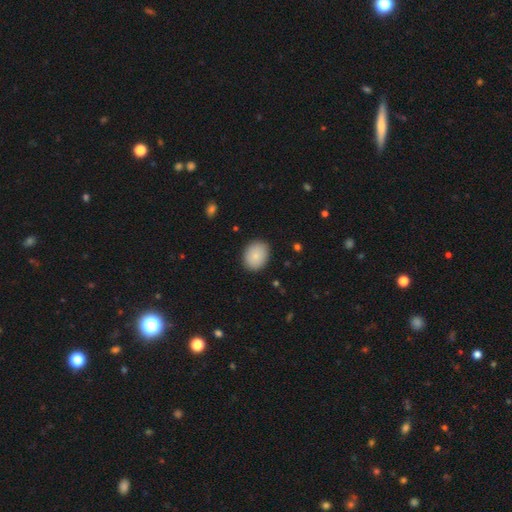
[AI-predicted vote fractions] smooth-or-featured: smooth: 84% | featured or disk: 9% | star or artifact: 7%
  how-rounded: in between: 52% | round: 47% | cigar-shaped: 1%
  merging: none: 86% | minor disturbance: 11% | major disturbance: 2% | merger: 1%